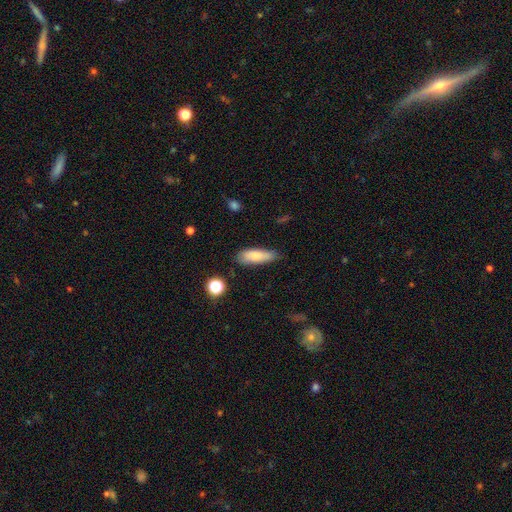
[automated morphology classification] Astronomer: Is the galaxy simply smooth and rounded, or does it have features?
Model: smooth — 81%.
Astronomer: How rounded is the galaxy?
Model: in between — 54% (runner-up: cigar-shaped, 44%).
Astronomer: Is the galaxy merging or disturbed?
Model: none — 74%.